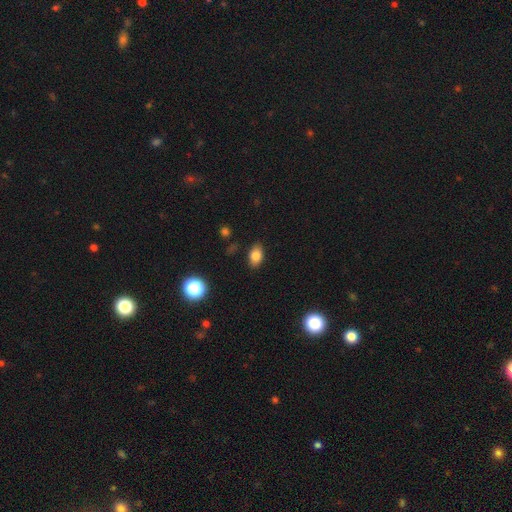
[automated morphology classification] smooth 82%, star or artifact 10%, featured or disk 8%. Down the decision tree: how rounded — in between (85%); merging — none (86%).